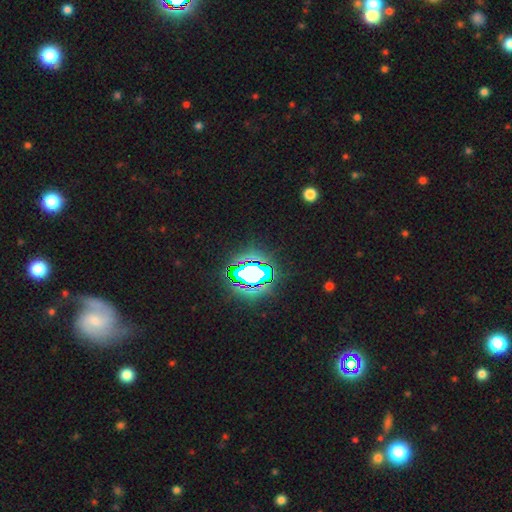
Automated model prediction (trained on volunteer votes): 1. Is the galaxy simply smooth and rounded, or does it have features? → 72% star or artifact, 14% featured or disk, 14% smooth.